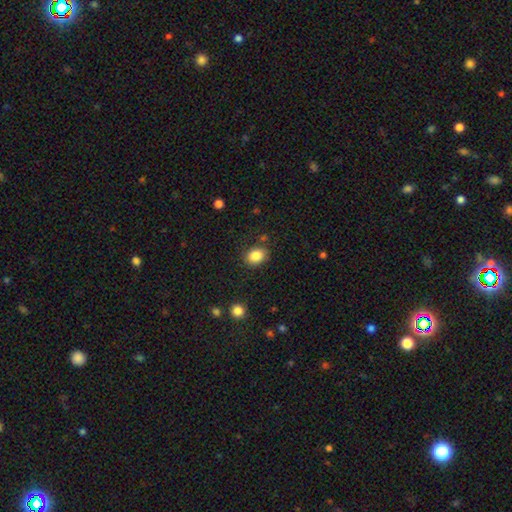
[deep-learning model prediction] A smooth galaxy with no disk features (86%) that is in between round and cigar-shaped (57%). Merging: none (81%).